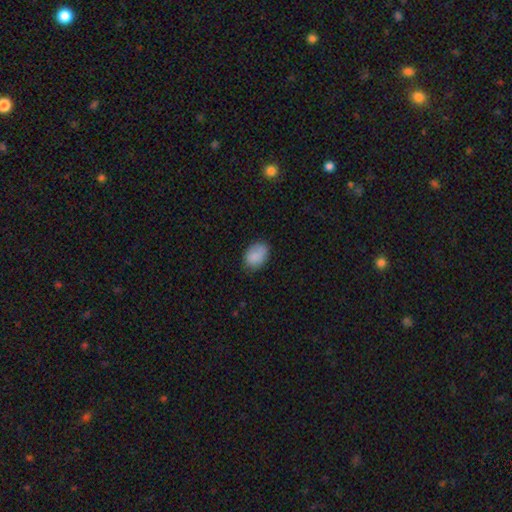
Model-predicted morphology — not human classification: A smooth galaxy with no disk features (87%) that is in between round and cigar-shaped (78%).

Vote fractions:
- Smooth or featured? smooth: 87% / star or artifact: 8% / featured or disk: 6%
- How rounded? in between: 78% / round: 21% / cigar-shaped: 1%
- Merging? none: 76% / minor disturbance: 19% / major disturbance: 4% / merger: 1%